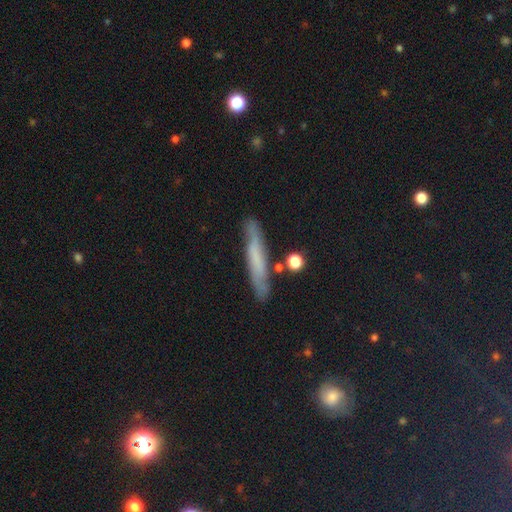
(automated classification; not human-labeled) Smooth or featured? Predicted: smooth (p=0.50). How rounded? Predicted: cigar-shaped (p=0.91). Merging? Predicted: none (p=0.79).